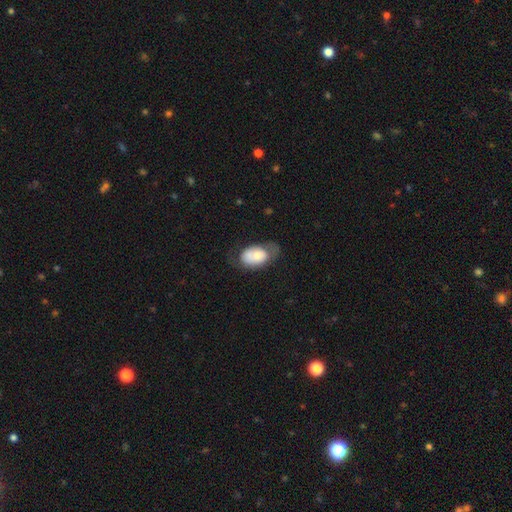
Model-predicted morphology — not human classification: Overall: smooth (65%; featured or disk 29%). How rounded: in between (89%). Merging: none (50%; minor disturbance 29%).